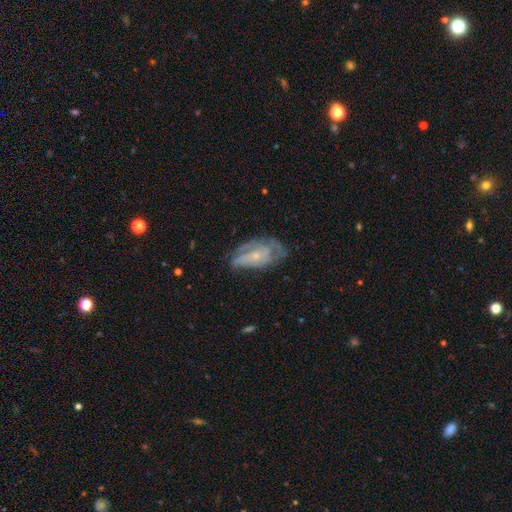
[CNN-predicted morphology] Smooth or featured? Predicted: featured or disk (p=0.64). Edge-on disk? Predicted: no (p=0.92). Bar? Predicted: no (p=0.76). Spiral arms? Predicted: yes (p=0.66). Bulge size? Predicted: small (p=0.72). Merging? Predicted: none (p=0.48).